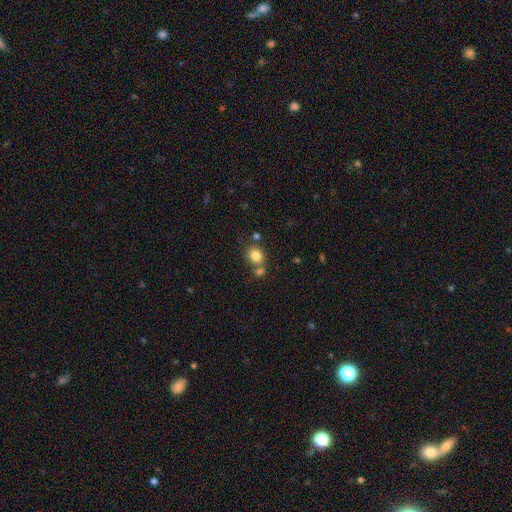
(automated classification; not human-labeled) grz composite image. It shows a smooth galaxy with no disk features (81%) that is round (72%). Merging: none (59%).